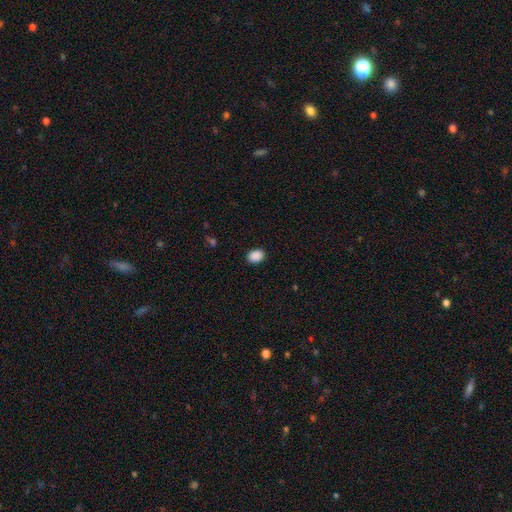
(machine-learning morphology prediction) Smooth or featured? smooth (90%)
How rounded? in between (68%)
Merging? none (90%)